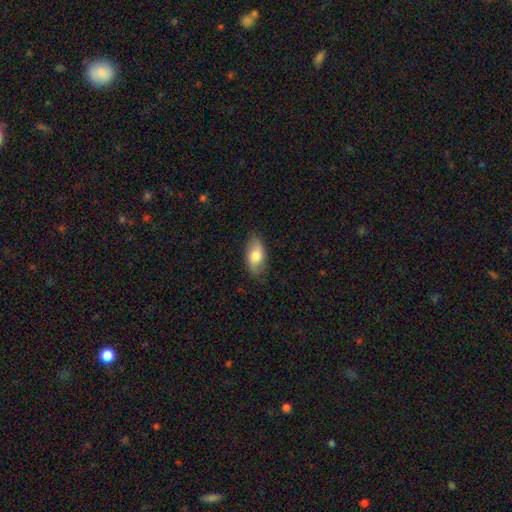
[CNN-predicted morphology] smooth 73%, featured or disk 21%, star or artifact 6%. Down the decision tree: how rounded — in between (91%); merging — none (82%).